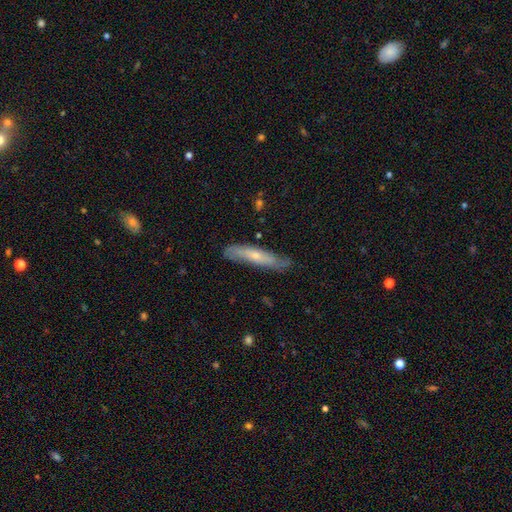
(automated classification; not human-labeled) A featured or disk galaxy (47%, tied with smooth).

Vote fractions:
- Smooth or featured? featured or disk: 47% (tied) / smooth: 47% (tied) / star or artifact: 6%
- Merging? none: 71% / minor disturbance: 23% / major disturbance: 5% / merger: 2%